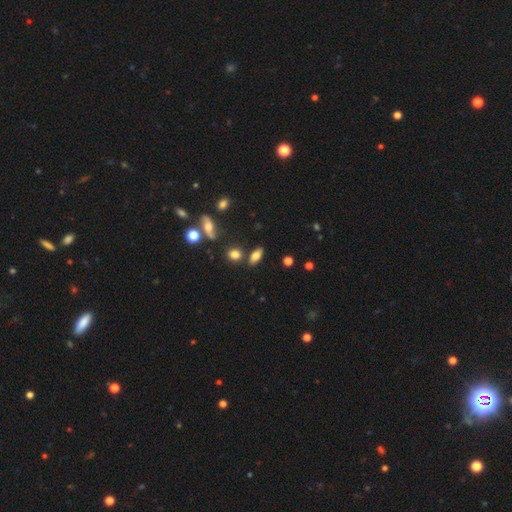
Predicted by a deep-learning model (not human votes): Overall: smooth (70%). How rounded: in between (79%). Merging: none (76%).